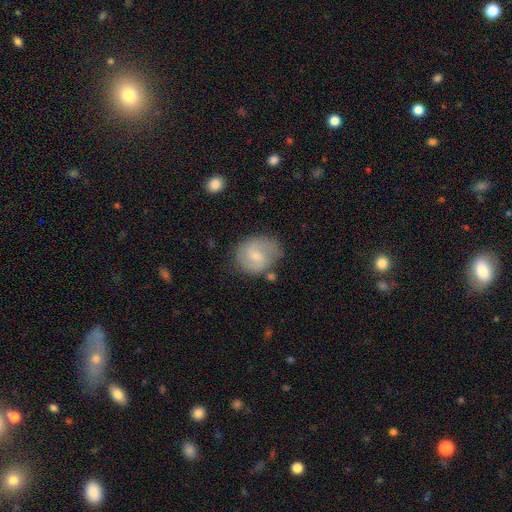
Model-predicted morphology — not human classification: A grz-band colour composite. It shows a featured or disk galaxy (56%) with a weak bar (55%), spiral arms (87%) and a small central bulge (58%). Merging: none (64%).